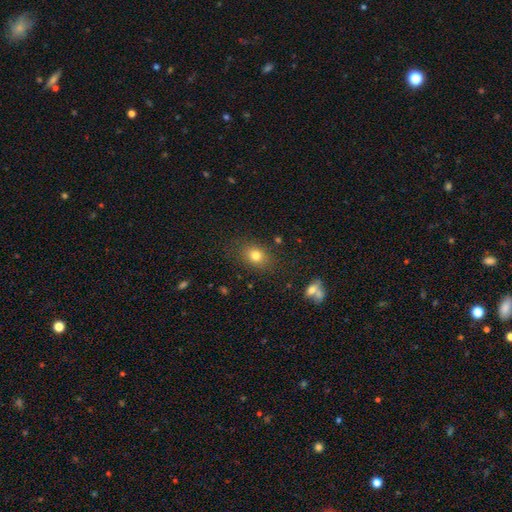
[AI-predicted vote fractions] Smooth or featured?
  - smooth: 78% *
  - star or artifact: 12%
  - featured or disk: 9%
How rounded?
  - in between: 58% *
  - round: 41%
  - cigar-shaped: 1%
Merging?
  - none: 82% *
  - minor disturbance: 12%
  - major disturbance: 4%
  - merger: 2%